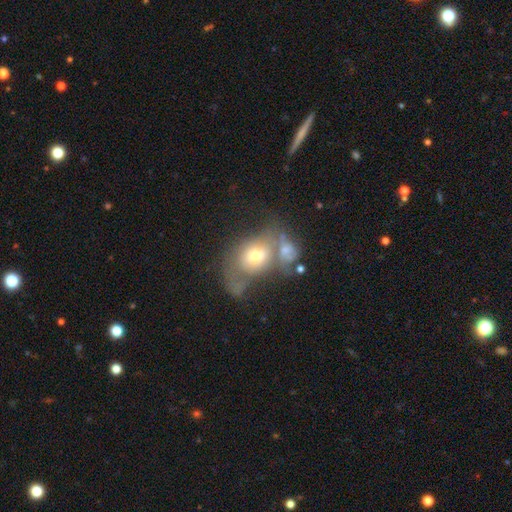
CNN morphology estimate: Smooth or featured? Predicted: smooth (p=0.55). How rounded? Predicted: in between (p=0.66). Merging? Predicted: merger (p=0.45).